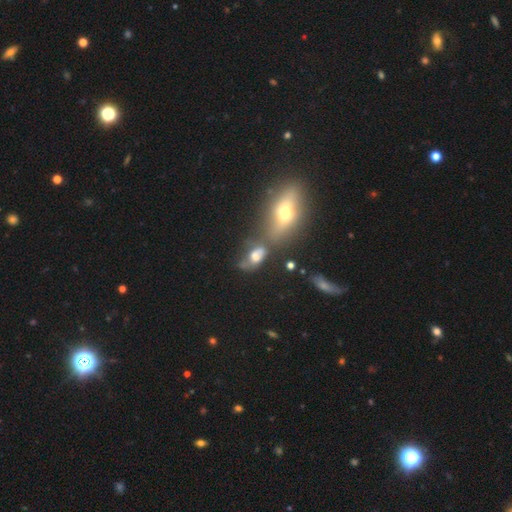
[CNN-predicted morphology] Smooth or featured?
  - smooth: 52% *
  - featured or disk: 35%
  - star or artifact: 13%
How rounded?
  - in between: 82% *
  - round: 14%
  - cigar-shaped: 5%
Merging?
  - merger: 35% *
  - none: 32%
  - minor disturbance: 17%
  - major disturbance: 15%